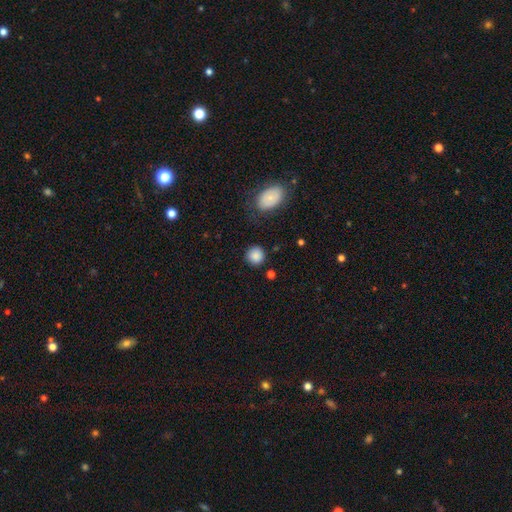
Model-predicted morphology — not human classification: Smooth or featured?
  - smooth: 86% *
  - star or artifact: 9%
  - featured or disk: 5%
How rounded?
  - round: 90% *
  - in between: 9%
  - cigar-shaped: 1%
Merging?
  - none: 84% *
  - minor disturbance: 9%
  - major disturbance: 3%
  - merger: 3%